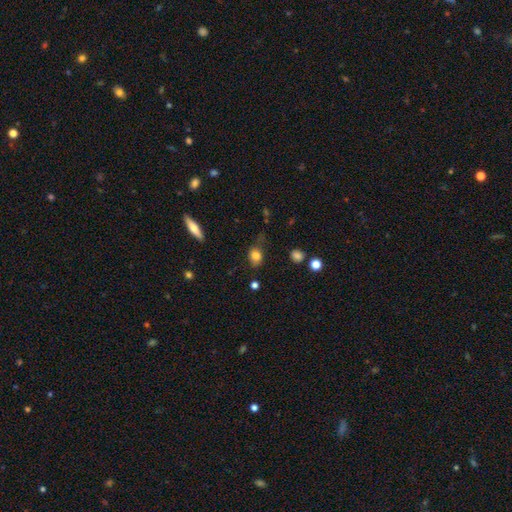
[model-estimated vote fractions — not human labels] smooth-or-featured: smooth: 80% | featured or disk: 10% | star or artifact: 10%
  how-rounded: in between: 64% | round: 33% | cigar-shaped: 2%
  merging: none: 63% | minor disturbance: 26% | major disturbance: 8% | merger: 3%